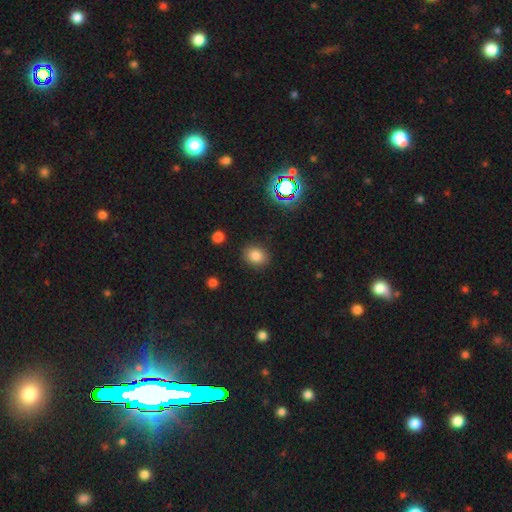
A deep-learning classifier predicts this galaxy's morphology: Q: Smooth or featured?
A: smooth (81%); runner-up: star or artifact (13%)
Q: How rounded?
A: round (56%); runner-up: in between (43%)
Q: Merging?
A: none (87%); runner-up: minor disturbance (9%)